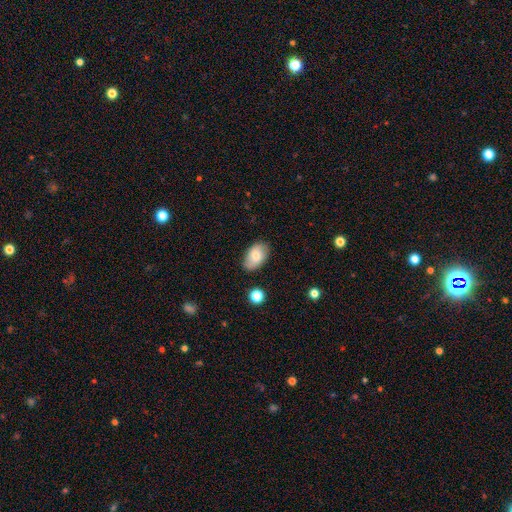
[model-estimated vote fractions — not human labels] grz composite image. It shows a smooth galaxy with no disk features (75%) that is in between round and cigar-shaped (92%). Merging: none (76%).